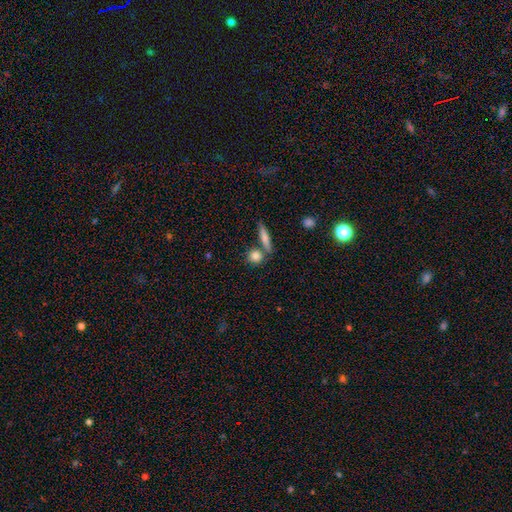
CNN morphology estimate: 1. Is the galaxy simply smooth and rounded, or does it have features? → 82% smooth, 9% featured or disk, 8% star or artifact.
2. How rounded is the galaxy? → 70% round, 18% in between, 12% cigar-shaped.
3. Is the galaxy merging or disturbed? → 67% none, 20% merger, 9% minor disturbance, 3% major disturbance.